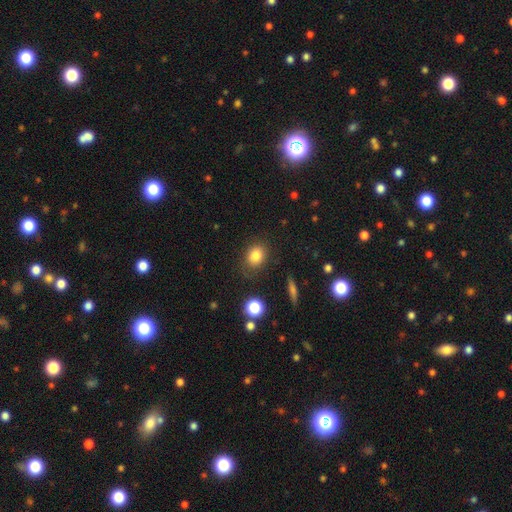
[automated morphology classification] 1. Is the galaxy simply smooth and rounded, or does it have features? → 82% smooth, 11% star or artifact, 8% featured or disk.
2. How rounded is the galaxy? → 53% round, 46% in between, 1% cigar-shaped.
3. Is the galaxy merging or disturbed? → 81% none, 12% minor disturbance, 4% major disturbance, 2% merger.